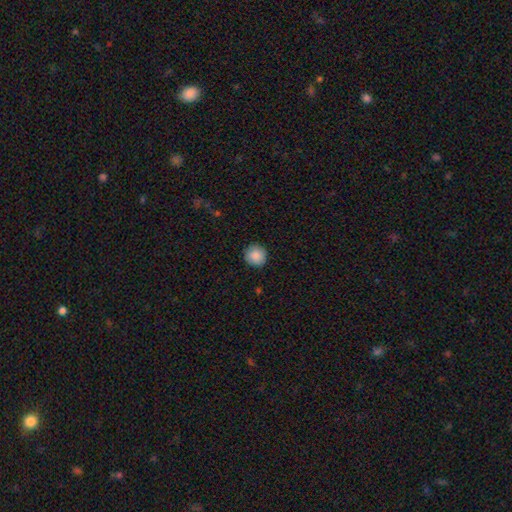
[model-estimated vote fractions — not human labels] Smooth or featured?
  - smooth: 88% *
  - star or artifact: 8%
  - featured or disk: 5%
How rounded?
  - round: 94% *
  - in between: 5%
  - cigar-shaped: 1%
Merging?
  - none: 90% *
  - minor disturbance: 7%
  - major disturbance: 2%
  - merger: 1%